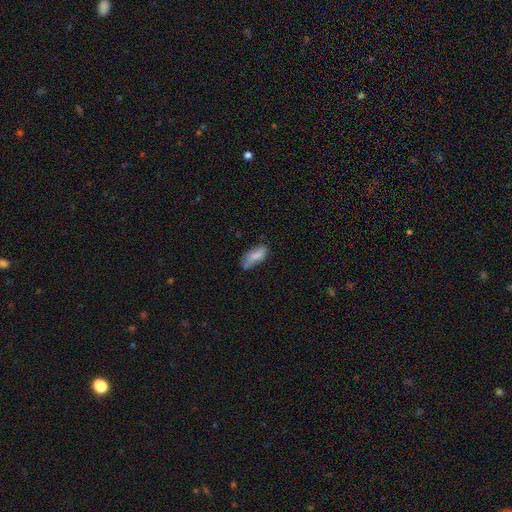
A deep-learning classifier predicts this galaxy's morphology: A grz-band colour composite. It shows a smooth galaxy with no disk features (77%) that is in between round and cigar-shaped (82%). Merging: none (49%).